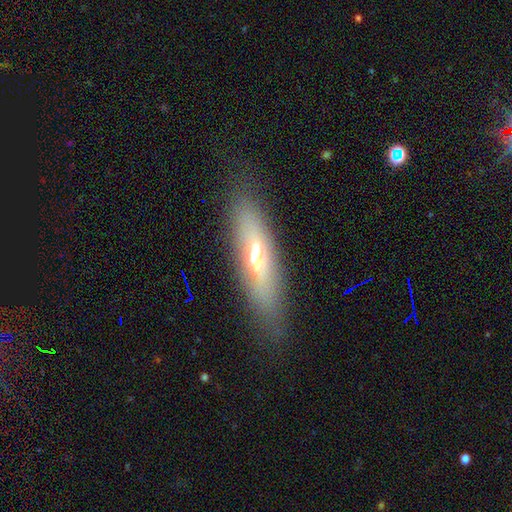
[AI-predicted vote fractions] Morphology: type=featured or disk (46%); merging=none (76%).